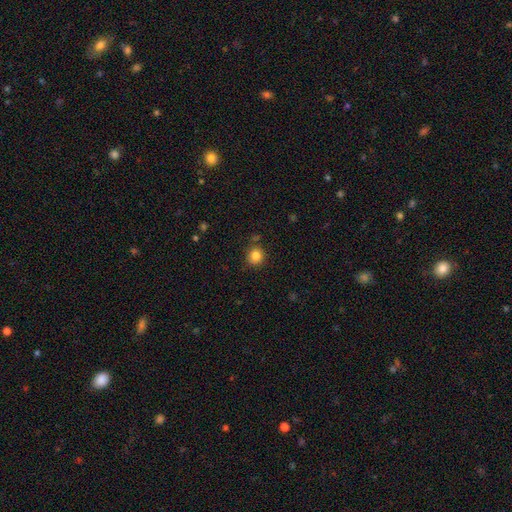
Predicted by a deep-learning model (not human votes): Smooth or featured?
  - smooth: 84% *
  - star or artifact: 11%
  - featured or disk: 5%
How rounded?
  - round: 89% *
  - in between: 10%
  - cigar-shaped: 1%
Merging?
  - none: 83% *
  - minor disturbance: 10%
  - merger: 4%
  - major disturbance: 3%